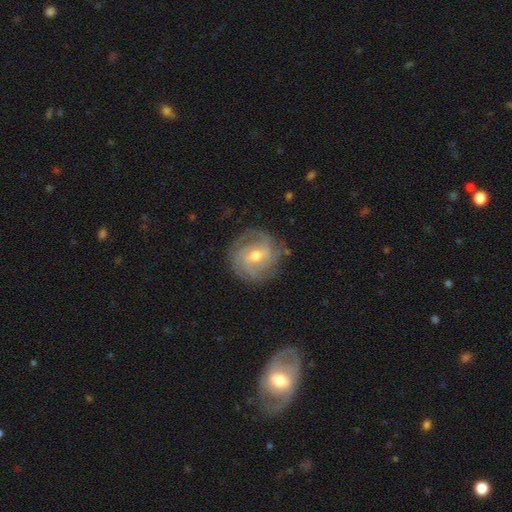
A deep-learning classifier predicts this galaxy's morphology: Smooth or featured: featured or disk — 82% (smooth — 12%)
Edge-on disk: no — 97% (yes — 3%)
Bar: weak — 54% (no — 30%)
Spiral arms: yes — 94% (no — 6%)
Spiral winding: tight — 61% (medium — 30%)
Spiral arm count: 3 — 29% (can't tell — 28%)
Bulge size: moderate — 67% (small — 27%)
Merging: none — 80% (minor disturbance — 14%)